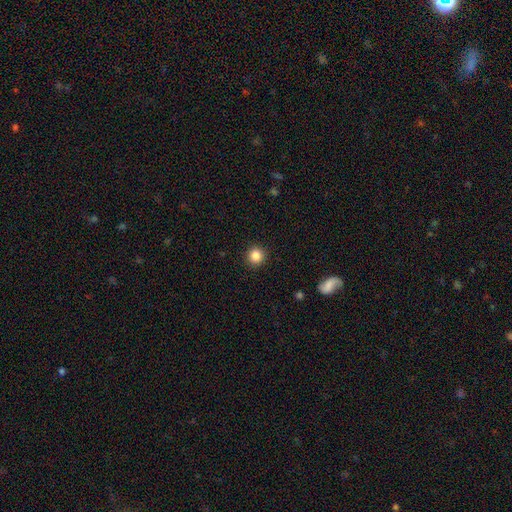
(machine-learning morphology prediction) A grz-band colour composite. It shows a smooth galaxy with no disk features (86%) that is round (93%). Merging: none (92%).